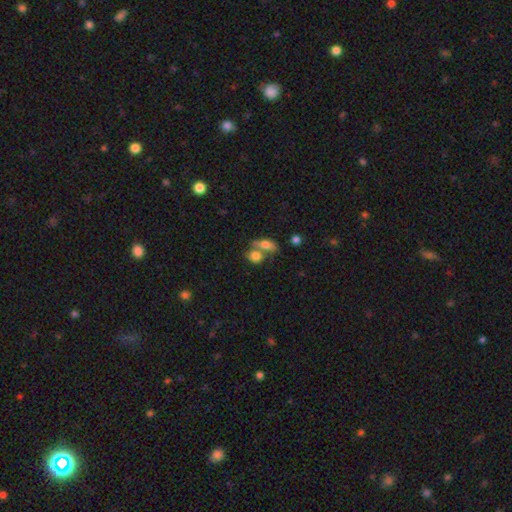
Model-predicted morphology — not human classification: This is likely a smooth galaxy (78%). How rounded: possibly in between (51%). Merging: possibly merger (47%).